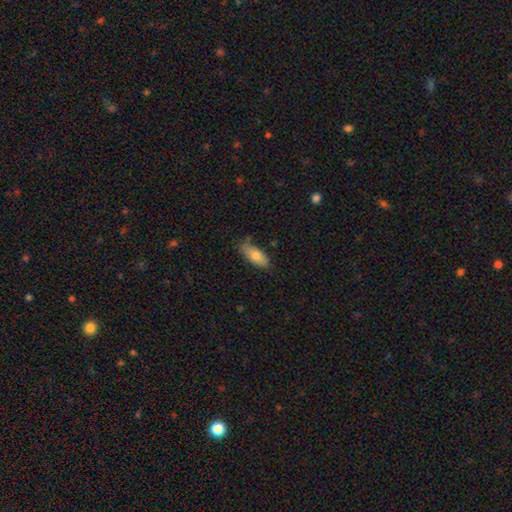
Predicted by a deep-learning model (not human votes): Overall: smooth (76%). How rounded: in between (84%). Merging: none (68%).